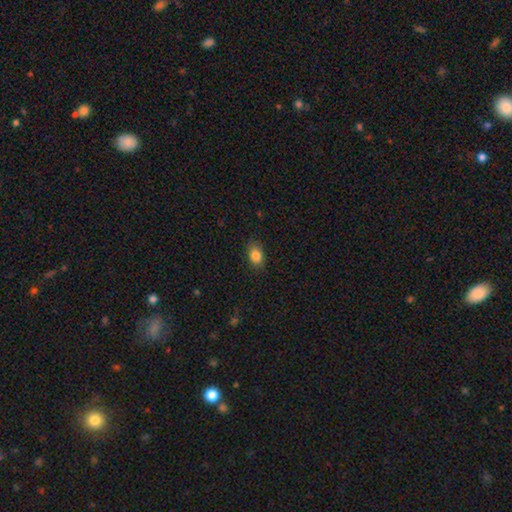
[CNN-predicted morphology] A smooth galaxy with no disk features (85%) that is in between round and cigar-shaped (76%). Merging: none (83%).